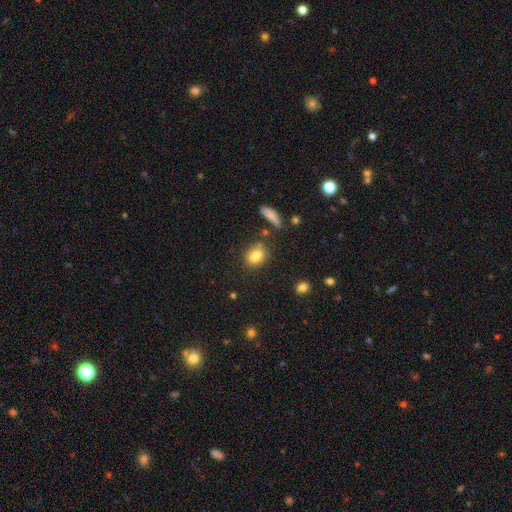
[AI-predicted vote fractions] smooth 75%, star or artifact 13%, featured or disk 12%. Down the decision tree: how rounded — in between (61%); merging — none (49%).